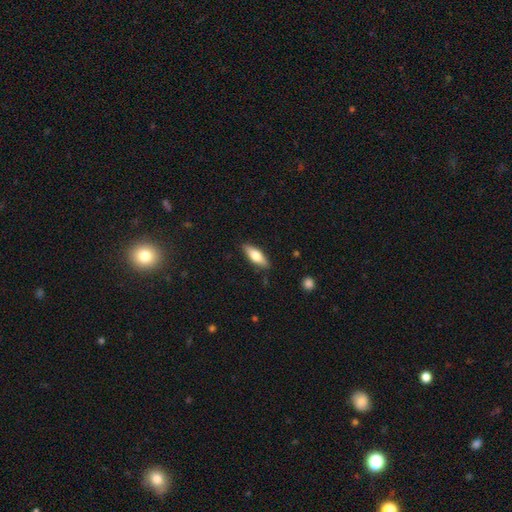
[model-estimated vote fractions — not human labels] The model was most divided on "how rounded": in between: 57%, cigar-shaped: 41%, round: 3%. More confident: merging — none (87%); smooth or featured — smooth (60%).